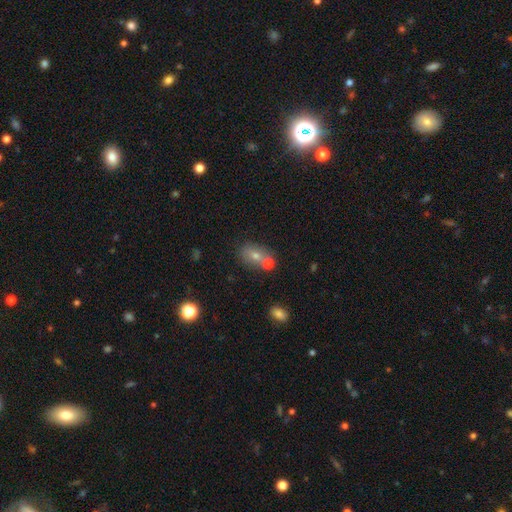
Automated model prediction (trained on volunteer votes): Overall: smooth (64%). How rounded: in between (63%; round 35%). Merging: merger (43%, tied with none).